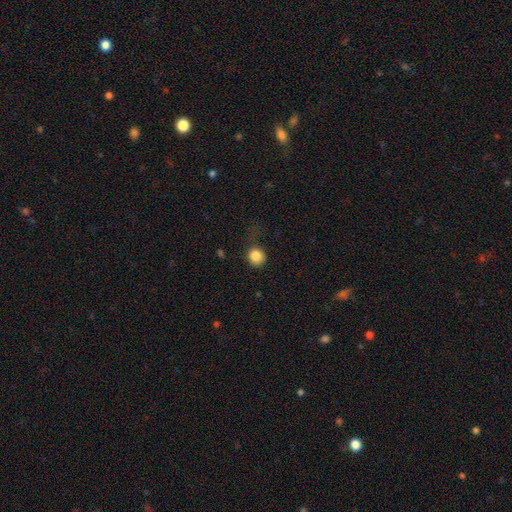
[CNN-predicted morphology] Q: Smooth or featured?
A: smooth (85%); runner-up: star or artifact (11%)
Q: How rounded?
A: round (87%); runner-up: in between (12%)
Q: Merging?
A: none (61%); runner-up: minor disturbance (22%)